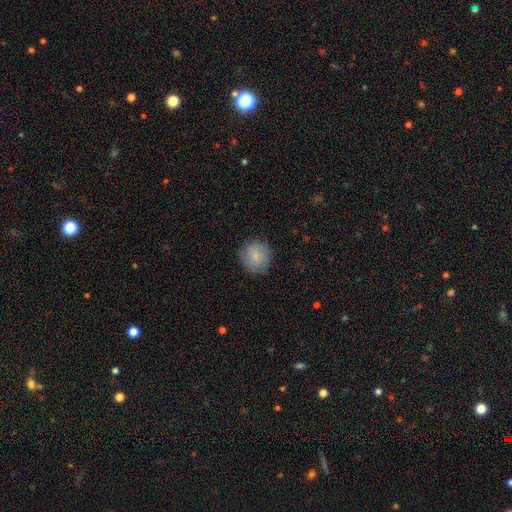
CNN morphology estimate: smooth_or_featured: smooth (p=0.82) [alt: featured or disk p=0.10]
how_rounded: round (p=0.92) [alt: in between p=0.07]
merging: none (p=0.85) [alt: minor disturbance p=0.11]